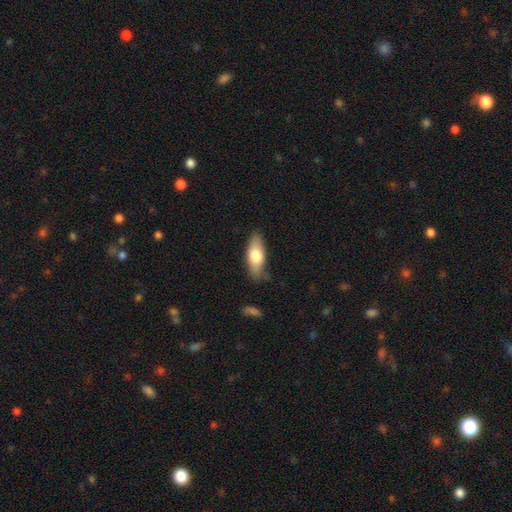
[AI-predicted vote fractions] The model was most divided on "smooth or featured": smooth: 69%, featured or disk: 25%, star or artifact: 6%. More confident: merging — none (77%); how rounded — in between (73%).